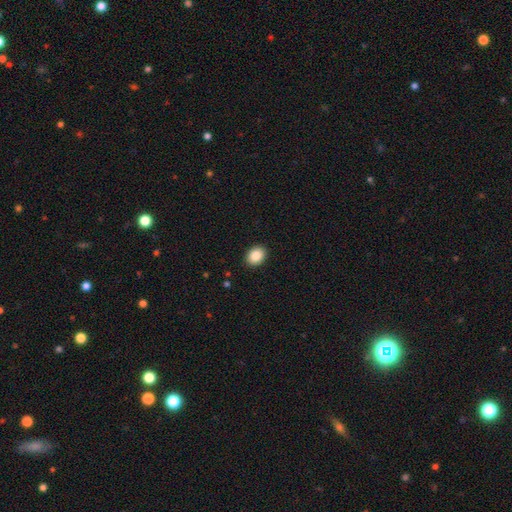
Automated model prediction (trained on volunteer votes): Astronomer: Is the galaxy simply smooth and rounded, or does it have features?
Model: smooth — 87%.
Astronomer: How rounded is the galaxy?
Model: in between — 66%.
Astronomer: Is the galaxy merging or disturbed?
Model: none — 91%.